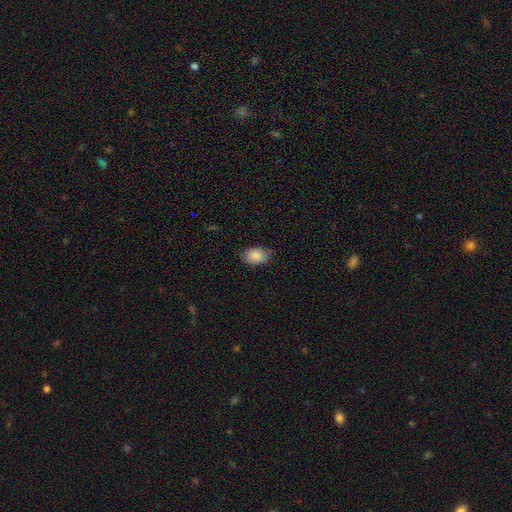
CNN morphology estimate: smooth 86%, star or artifact 7%, featured or disk 7%. Down the decision tree: how rounded — in between (83%); merging — none (75%).